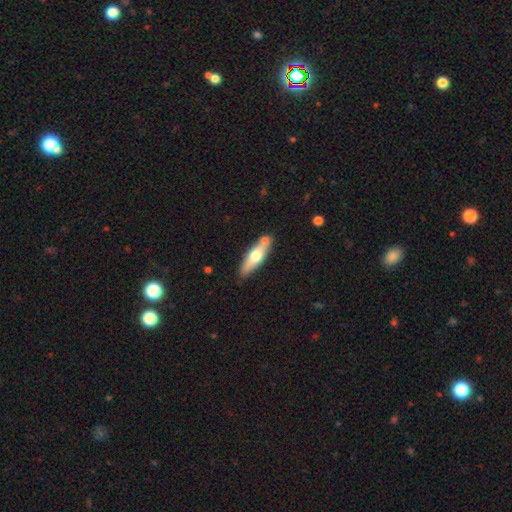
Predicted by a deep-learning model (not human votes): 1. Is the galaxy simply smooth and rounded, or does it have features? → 55% smooth, 40% featured or disk, 5% star or artifact.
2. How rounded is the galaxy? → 60% cigar-shaped, 38% in between, 2% round.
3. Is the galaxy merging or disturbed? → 71% none, 14% minor disturbance, 12% merger, 3% major disturbance.